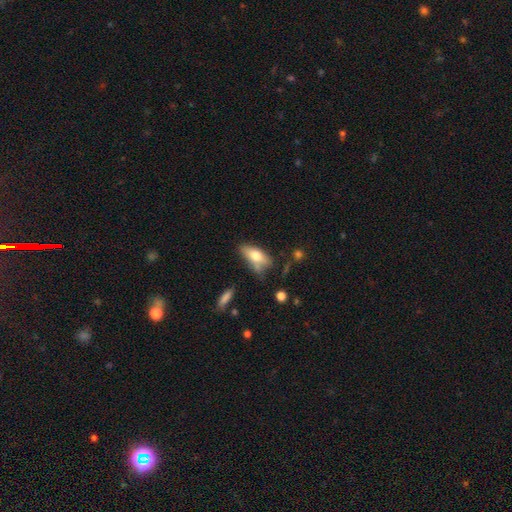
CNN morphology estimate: type=smooth (70%); roundness=in between (84%); merging=none (48%).